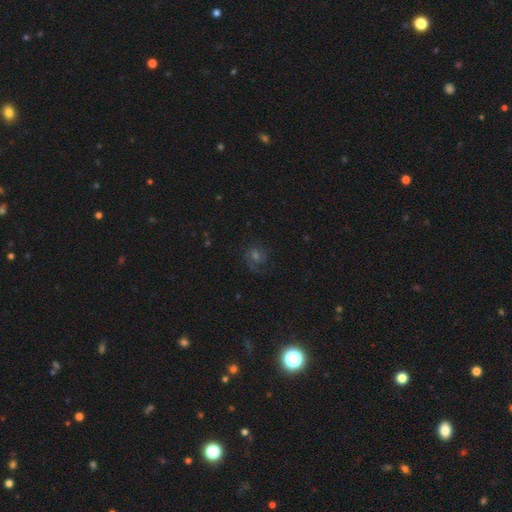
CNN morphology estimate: A featured or disk galaxy (44%). Merging: none (73%).